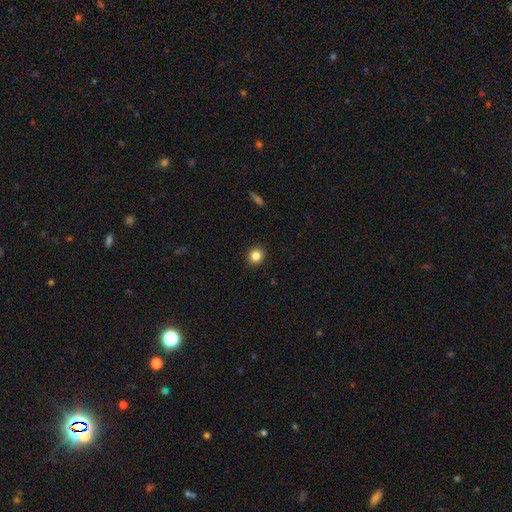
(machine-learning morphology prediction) Smooth or featured? Predicted: smooth (p=0.84). How rounded? Predicted: round (p=0.89). Merging? Predicted: none (p=0.92).